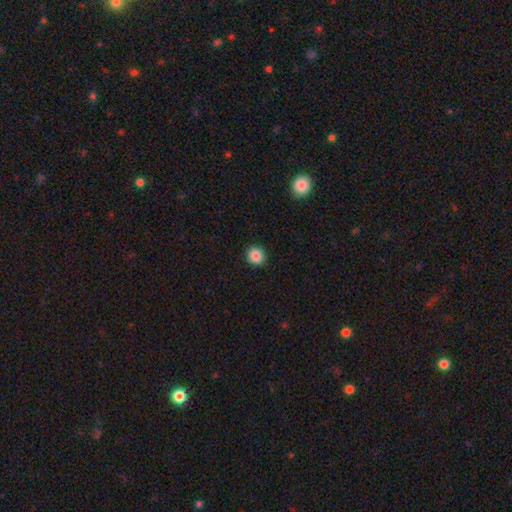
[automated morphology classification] A smooth galaxy with no disk features (86%) that is round (92%).

Vote fractions:
- Smooth or featured? smooth: 86% / star or artifact: 9% / featured or disk: 5%
- How rounded? round: 92% / in between: 7% / cigar-shaped: 1%
- Merging? none: 93% / minor disturbance: 4% / major disturbance: 2% / merger: 1%